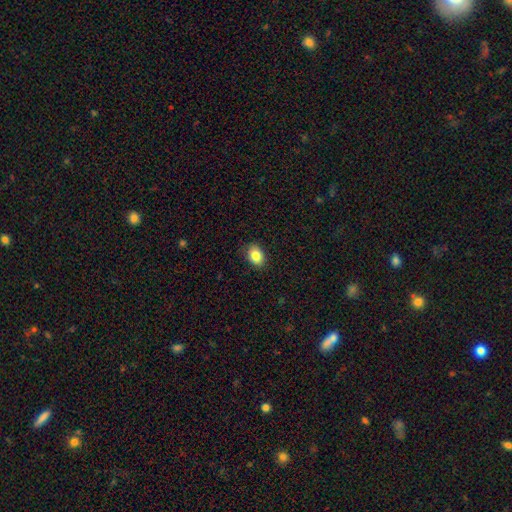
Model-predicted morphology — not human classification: Overall: smooth (85%). How rounded: in between (73%). Merging: none (86%).